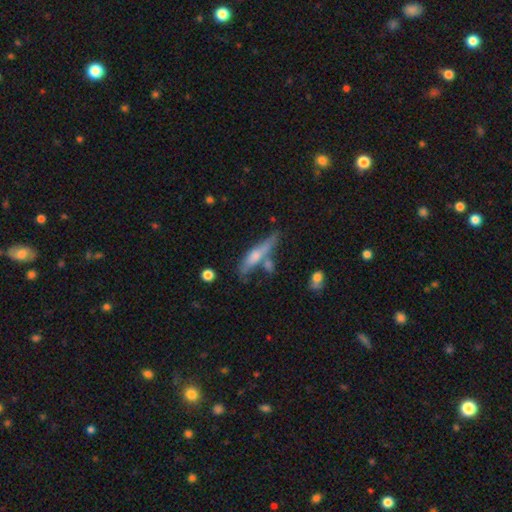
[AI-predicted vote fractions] Overall: featured or disk (47%; smooth 45%). Merging: none (58%; minor disturbance 20%).